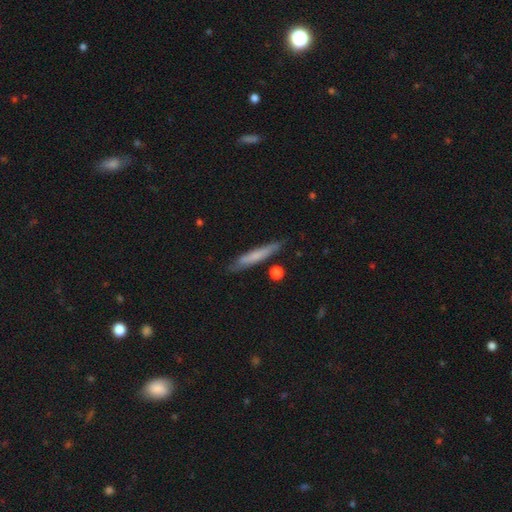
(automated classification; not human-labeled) smooth_or_featured: smooth (p=0.60) [alt: featured or disk p=0.34]
how_rounded: cigar-shaped (p=0.93) [alt: in between p=0.05]
merging: none (p=0.79) [alt: minor disturbance p=0.15]